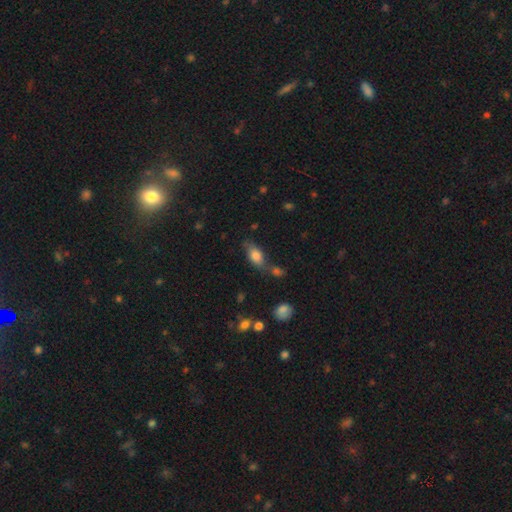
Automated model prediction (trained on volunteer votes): smooth 73%, featured or disk 18%, star or artifact 9%. Down the decision tree: how rounded — in between (83%); merging — none (52%).